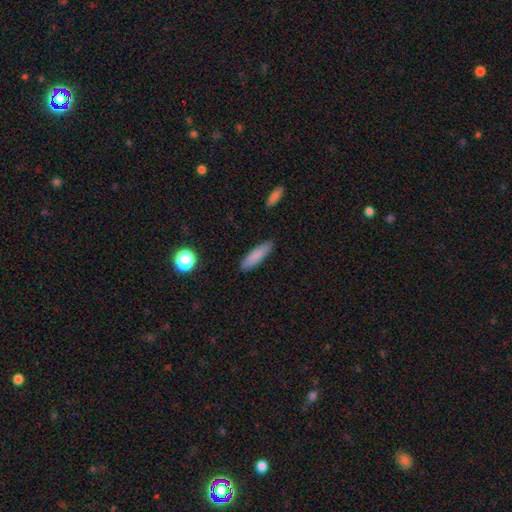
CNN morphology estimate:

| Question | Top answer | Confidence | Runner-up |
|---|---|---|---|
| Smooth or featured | smooth | 84% | featured or disk (9%) |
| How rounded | cigar-shaped | 71% | in between (28%) |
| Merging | none | 87% | minor disturbance (10%) |